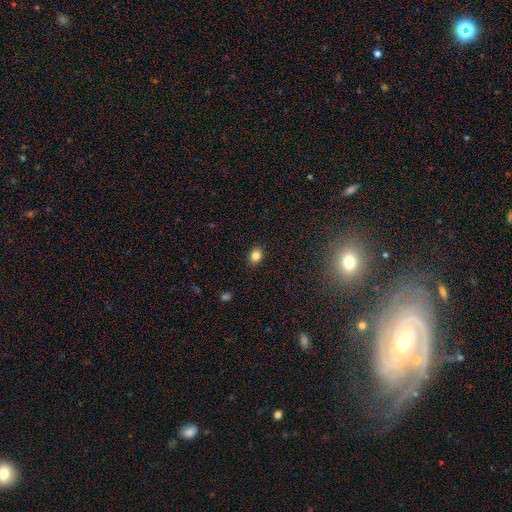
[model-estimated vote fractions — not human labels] This appears to be a smooth galaxy with no disk features (83%) that is in between round and cigar-shaped (57%). Merging: none (89%).